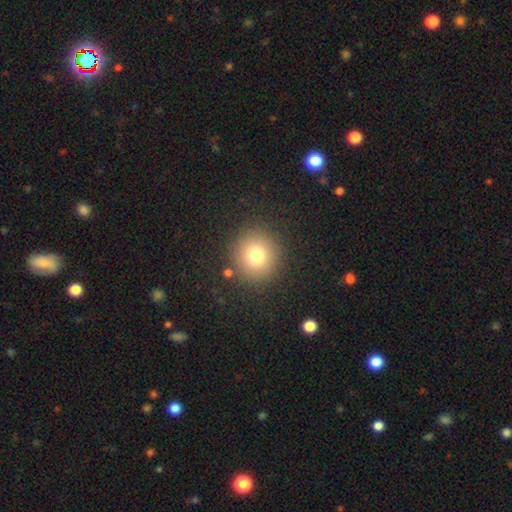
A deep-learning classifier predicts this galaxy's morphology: The model was most divided on "smooth or featured": smooth: 77%, star or artifact: 13%, featured or disk: 9%. More confident: how rounded — round (92%); merging — none (88%).